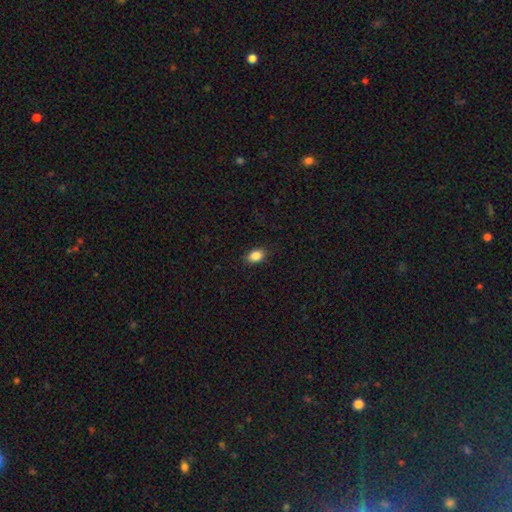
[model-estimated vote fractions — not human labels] This is clearly a smooth galaxy (86%). How rounded: clearly in between (82%). Merging: clearly none (87%).